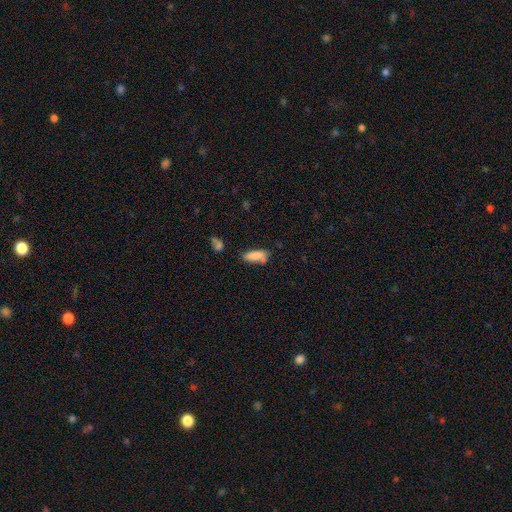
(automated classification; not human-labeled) Overall: smooth (84%). How rounded: in between (64%; cigar-shaped 34%). Merging: none (60%; minor disturbance 23%).